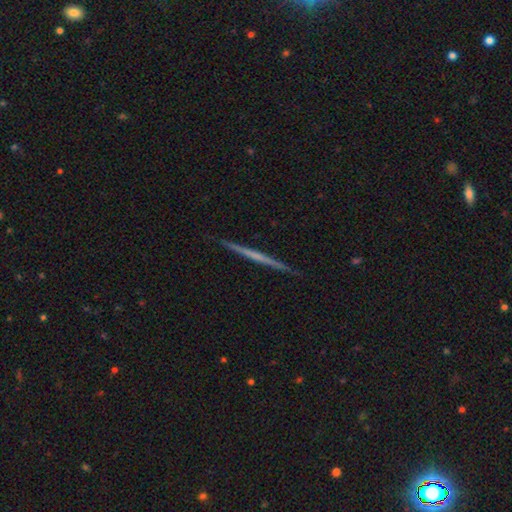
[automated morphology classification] A featured or disk galaxy (67%) viewed edge-on (98%) with no central bulge (80%). Merging: none (92%).